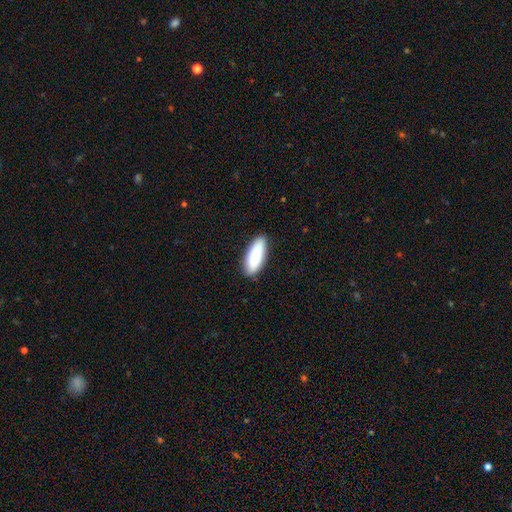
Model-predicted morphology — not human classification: smooth 79%, featured or disk 15%, star or artifact 6%. Down the decision tree: how rounded — in between (74%); merging — none (88%).